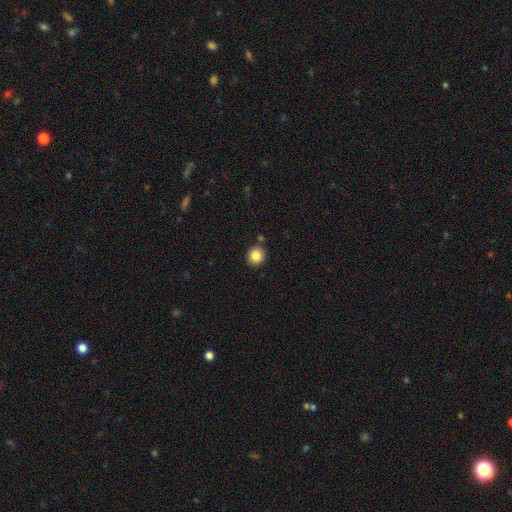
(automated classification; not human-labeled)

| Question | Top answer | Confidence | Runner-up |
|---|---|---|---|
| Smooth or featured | smooth | 85% | star or artifact (10%) |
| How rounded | round | 92% | in between (7%) |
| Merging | none | 85% | minor disturbance (7%) |